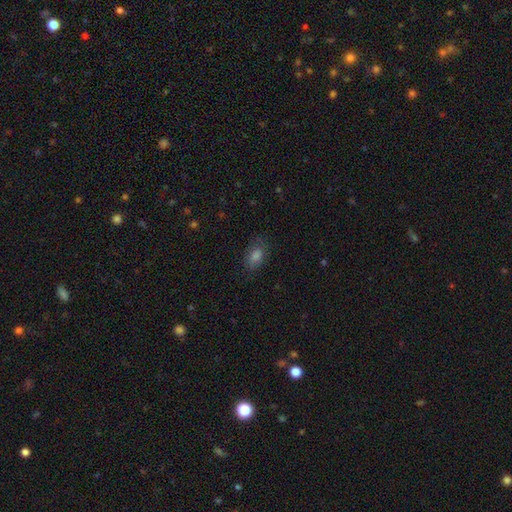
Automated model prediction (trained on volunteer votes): smooth 71%, star or artifact 18%, featured or disk 11%. Down the decision tree: how rounded — in between (84%); merging — none (80%).